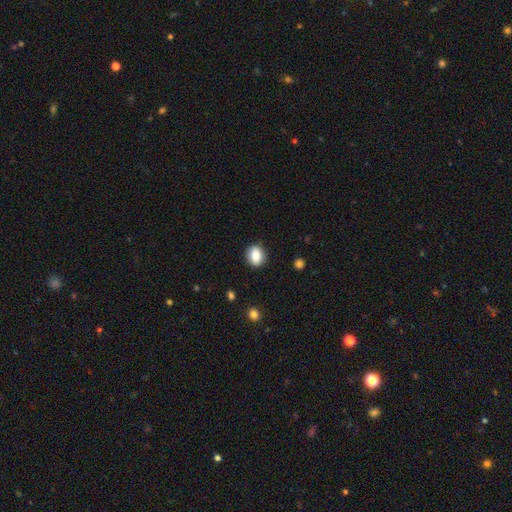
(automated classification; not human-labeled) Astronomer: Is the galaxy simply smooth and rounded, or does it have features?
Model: smooth — 85%.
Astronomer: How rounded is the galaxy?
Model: round — 52% (runner-up: in between, 47%).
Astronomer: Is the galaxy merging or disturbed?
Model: none — 88%.